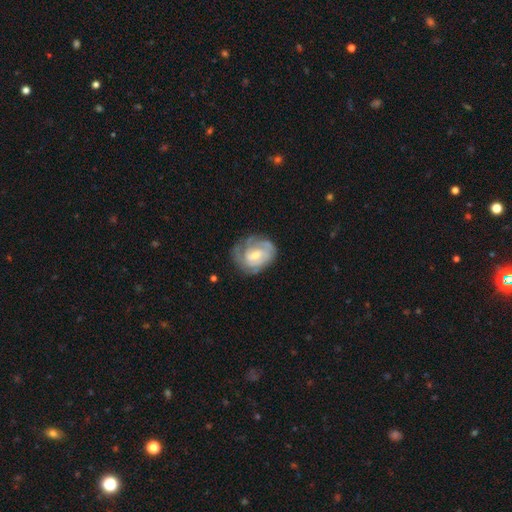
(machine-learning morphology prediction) type=featured or disk (76%); edge-on=no (97%); bar=weak (52%); spiral arms=yes (89%); winding=tight (65%); arm count=can't tell (37%); bulge=moderate (51%); merging=none (63%).